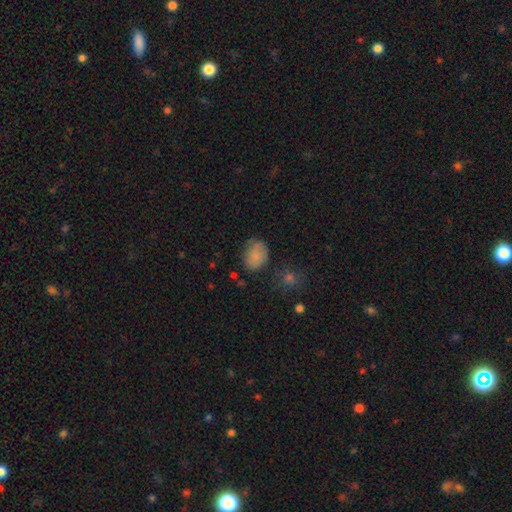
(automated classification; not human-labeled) Smooth or featured: smooth — 81% (star or artifact — 10%)
How rounded: in between — 70% (round — 29%)
Merging: none — 67% (minor disturbance — 22%)